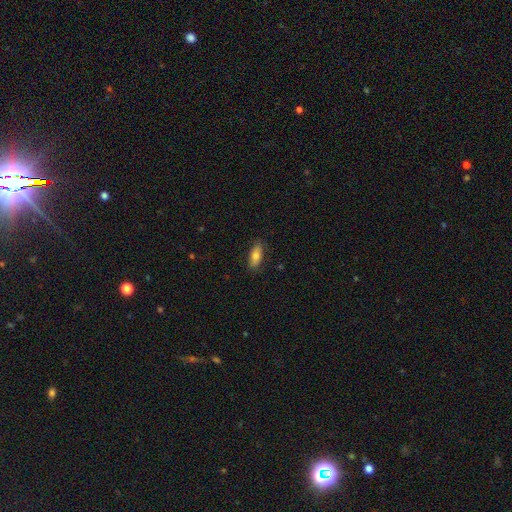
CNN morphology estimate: This is likely a smooth galaxy (78%). How rounded: likely in between (80%). Merging: clearly none (85%).